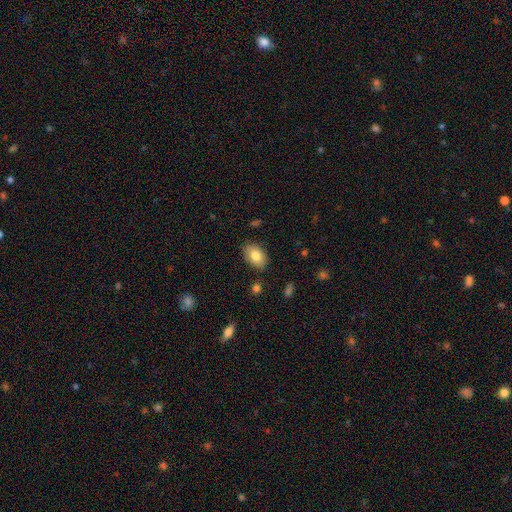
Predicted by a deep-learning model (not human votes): Q: Smooth or featured?
A: smooth (81%); runner-up: featured or disk (12%)
Q: How rounded?
A: in between (88%); runner-up: round (11%)
Q: Merging?
A: none (84%); runner-up: minor disturbance (12%)